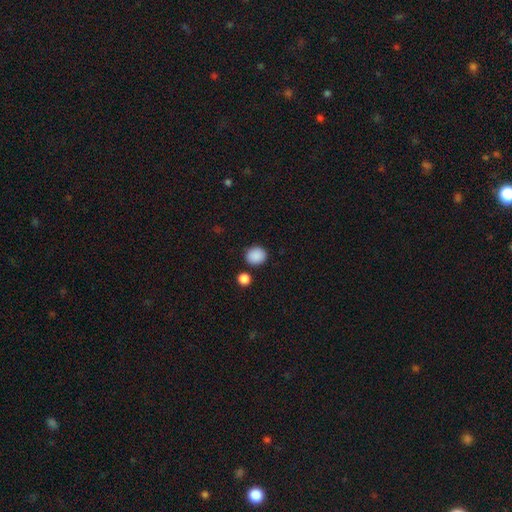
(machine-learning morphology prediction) Smooth or featured?
  - smooth: 88% *
  - star or artifact: 9%
  - featured or disk: 3%
How rounded?
  - round: 74% *
  - in between: 25%
  - cigar-shaped: 1%
Merging?
  - none: 84% *
  - minor disturbance: 9%
  - merger: 5%
  - major disturbance: 3%